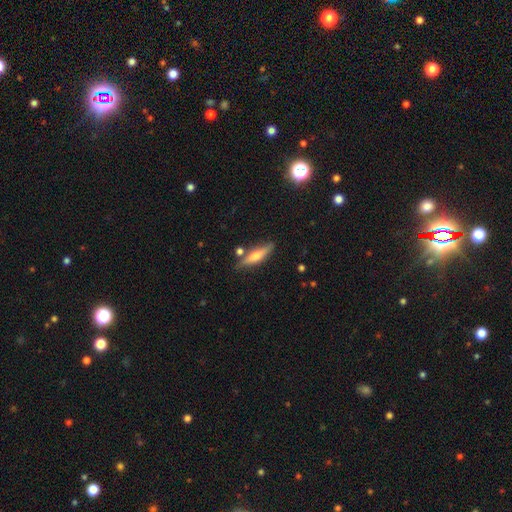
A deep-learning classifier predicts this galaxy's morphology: smooth-or-featured: featured or disk: 50% | smooth: 43% | star or artifact: 7%
  disk-edge-on: yes: 93% | no: 7%
  merging: none: 79% | minor disturbance: 13% | merger: 6% | major disturbance: 3%